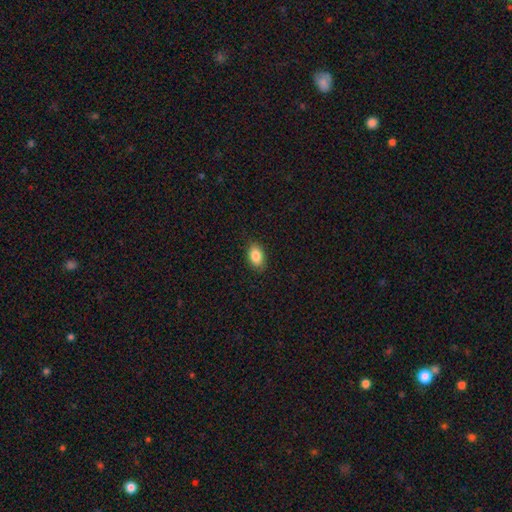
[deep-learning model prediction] A smooth galaxy with no disk features (85%) that is in between round and cigar-shaped (88%).

Vote fractions:
- Smooth or featured? smooth: 85% / star or artifact: 8% / featured or disk: 7%
- How rounded? in between: 88% / round: 10% / cigar-shaped: 2%
- Merging? none: 87% / minor disturbance: 10% / major disturbance: 2% / merger: 1%